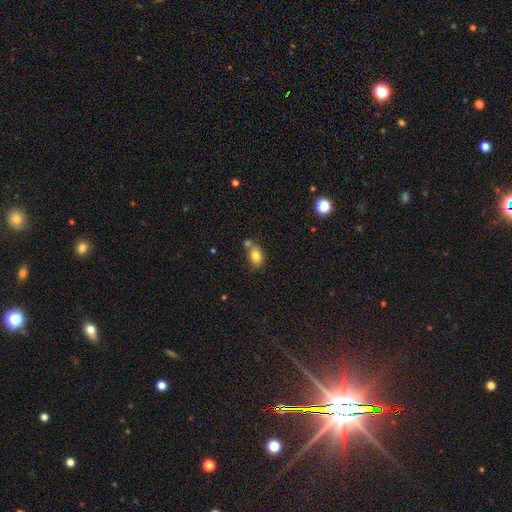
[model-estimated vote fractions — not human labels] Morphology: type=smooth (80%); roundness=in between (74%); merging=none (50%).